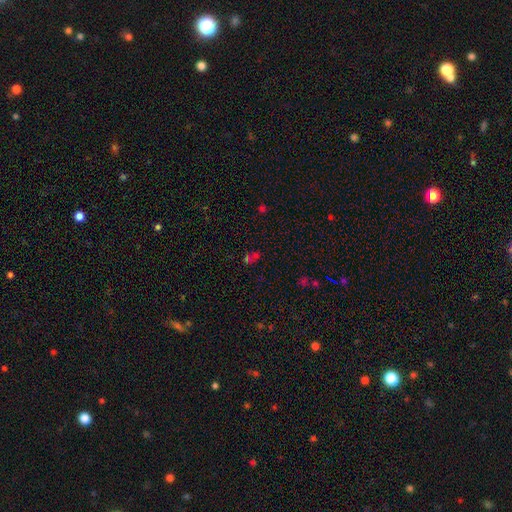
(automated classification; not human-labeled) Smooth or featured? smooth (44%)
Merging? merger (44%)